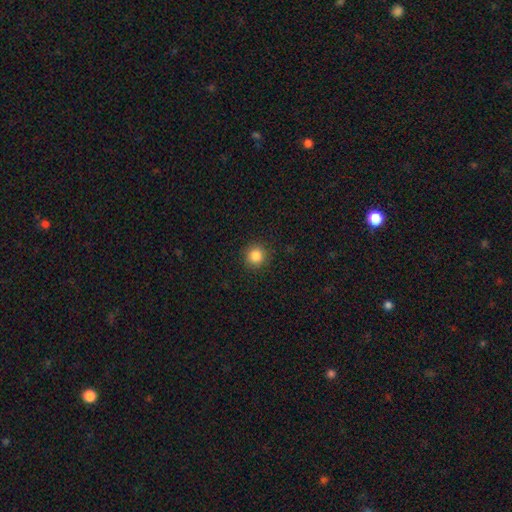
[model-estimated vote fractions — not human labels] smooth 85%, star or artifact 11%, featured or disk 4%. Down the decision tree: how rounded — round (94%); merging — none (91%).